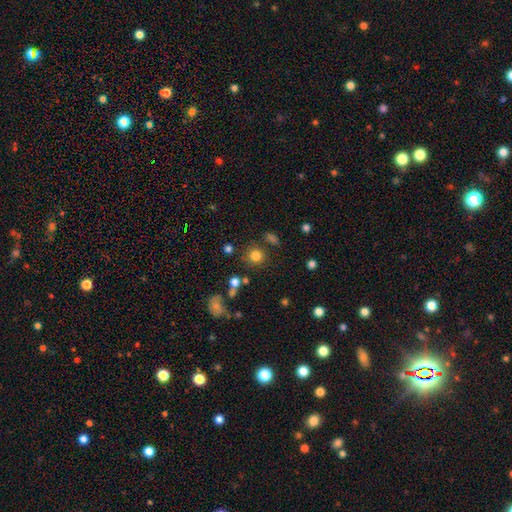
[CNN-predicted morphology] Q: Smooth or featured?
A: smooth (80%); runner-up: star or artifact (14%)
Q: How rounded?
A: round (89%); runner-up: in between (10%)
Q: Merging?
A: none (77%); runner-up: minor disturbance (11%)